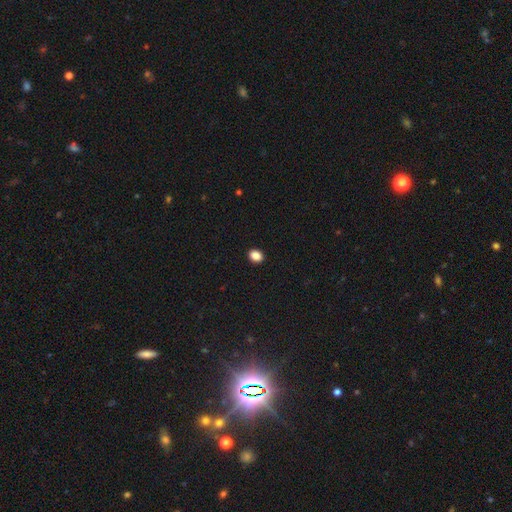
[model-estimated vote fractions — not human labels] Q: Smooth or featured?
A: smooth (88%); runner-up: star or artifact (9%)
Q: How rounded?
A: in between (54%); runner-up: round (45%)
Q: Merging?
A: none (92%); runner-up: minor disturbance (5%)